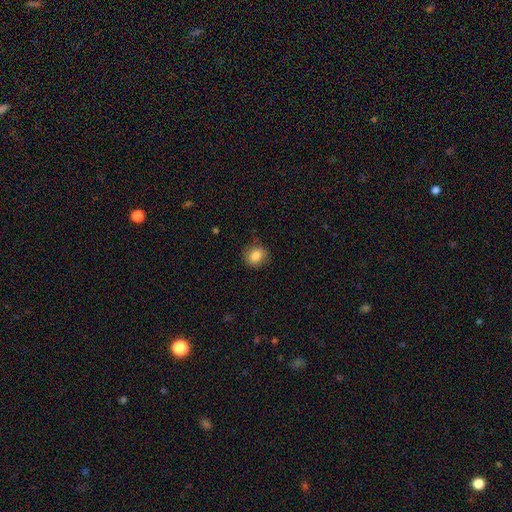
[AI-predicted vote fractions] The model was most divided on "how rounded": round: 62%, in between: 37%, cigar-shaped: 1%. More confident: smooth or featured — smooth (85%); merging — none (81%).